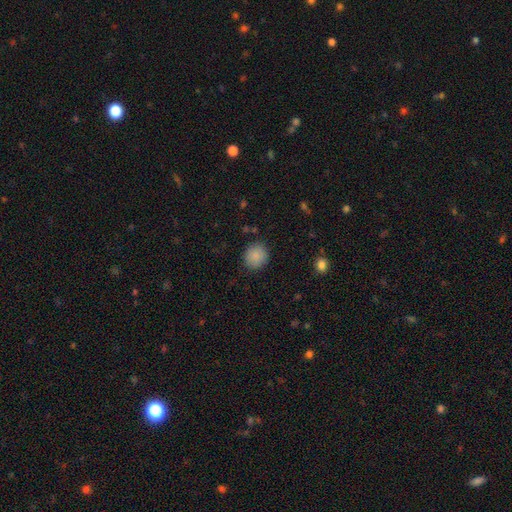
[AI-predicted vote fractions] Overall: smooth (88%). How rounded: round (80%). Merging: none (86%).